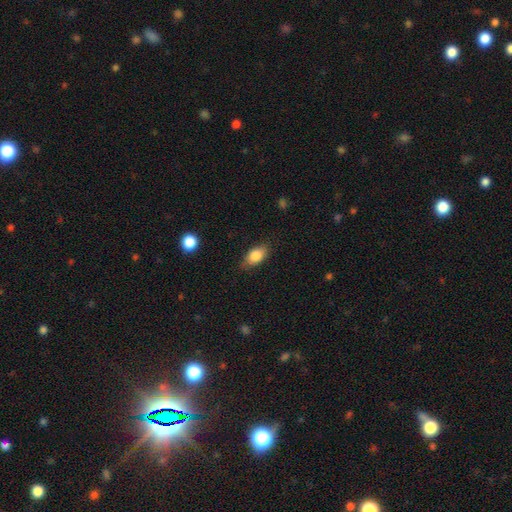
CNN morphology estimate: Smooth or featured: smooth — 82% (featured or disk — 11%)
How rounded: in between — 87% (round — 7%)
Merging: none — 79% (minor disturbance — 16%)